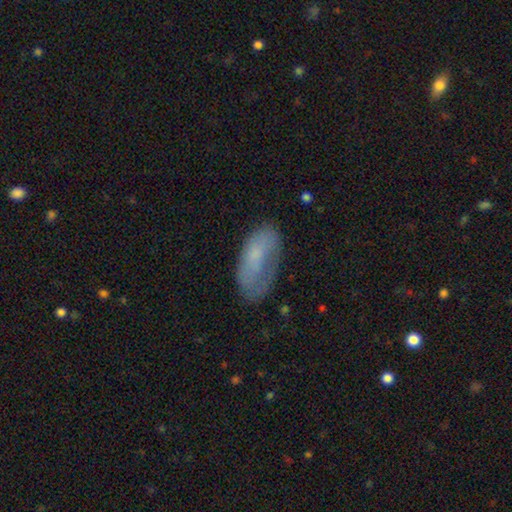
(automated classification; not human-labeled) Smooth or featured? smooth (64%)
How rounded? in between (89%)
Merging? none (50%)